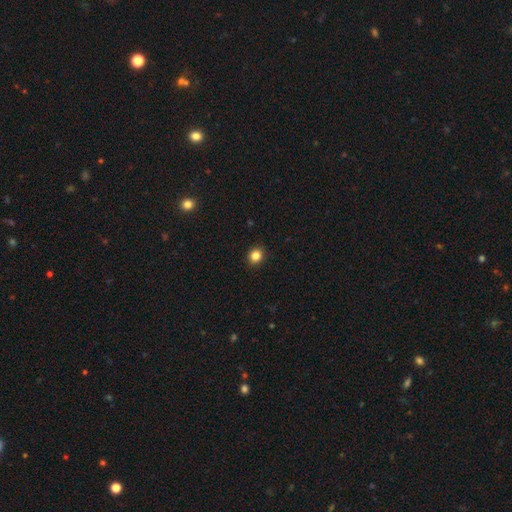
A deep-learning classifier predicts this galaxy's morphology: smooth-or-featured: smooth: 85% | star or artifact: 11% | featured or disk: 4%
  how-rounded: round: 77% | in between: 22% | cigar-shaped: 1%
  merging: none: 92% | minor disturbance: 5% | major disturbance: 2% | merger: 1%